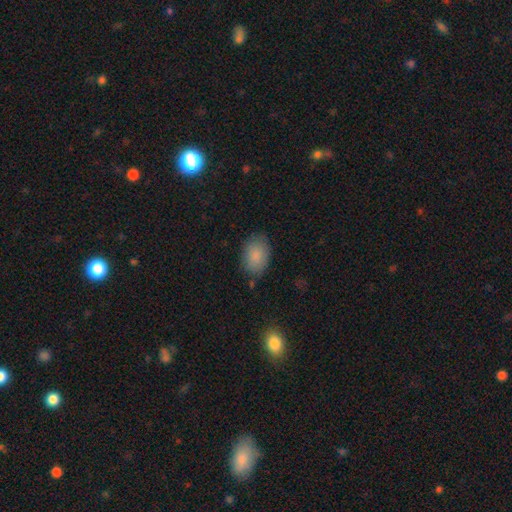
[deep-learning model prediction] Overall: smooth (86%). How rounded: in between (86%). Merging: none (80%).